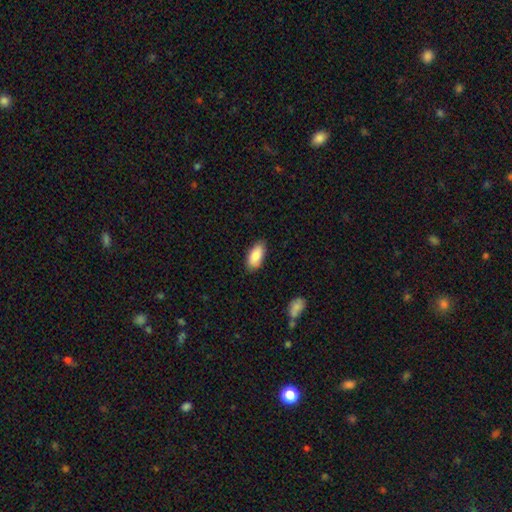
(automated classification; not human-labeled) smooth 86%, featured or disk 7%, star or artifact 6%. Down the decision tree: how rounded — in between (91%); merging — none (83%).